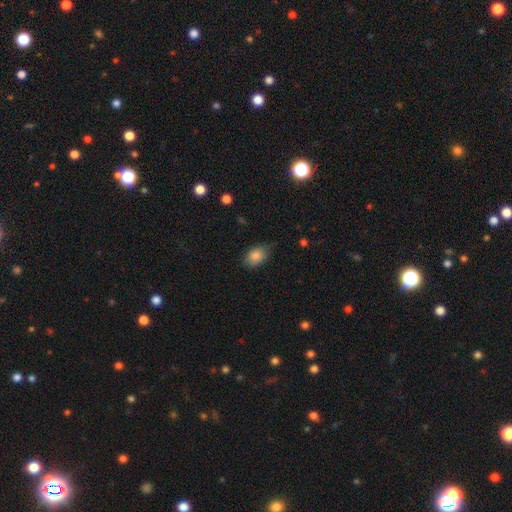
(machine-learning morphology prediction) Smooth or featured? smooth (84%)
How rounded? in between (79%)
Merging? none (71%)